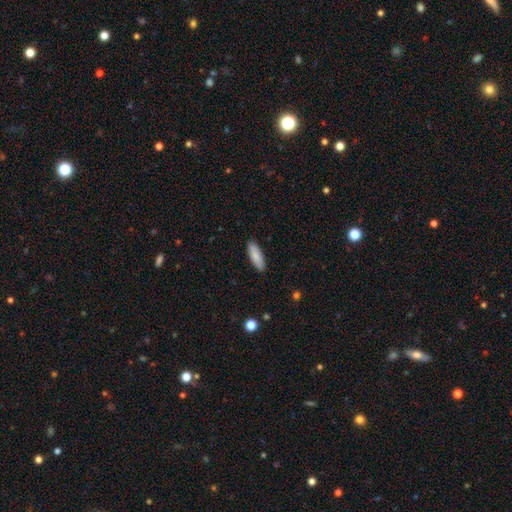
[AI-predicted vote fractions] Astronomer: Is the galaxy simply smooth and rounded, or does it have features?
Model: smooth — 87%.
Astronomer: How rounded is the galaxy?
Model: in between — 55% (runner-up: cigar-shaped, 43%).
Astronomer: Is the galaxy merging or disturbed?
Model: none — 89%.